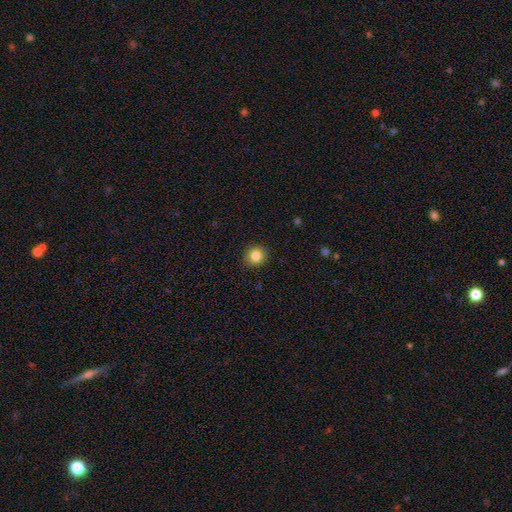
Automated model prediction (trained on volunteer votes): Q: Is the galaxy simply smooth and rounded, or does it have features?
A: smooth — 84%.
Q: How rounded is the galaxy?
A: round — 86%.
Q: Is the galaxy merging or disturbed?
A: none — 90%.